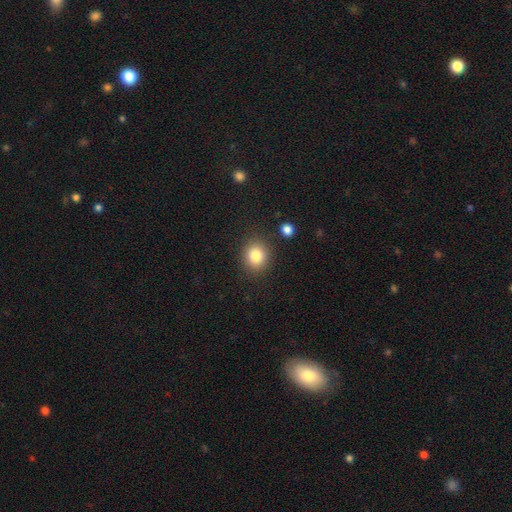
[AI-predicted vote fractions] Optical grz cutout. It shows a smooth galaxy with no disk features (83%) that is round (74%). Merging: none (85%).